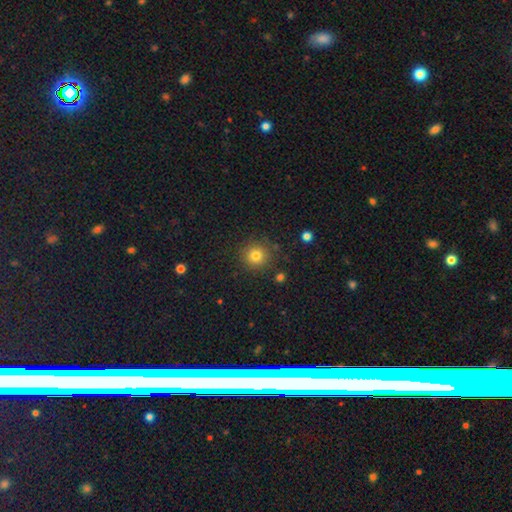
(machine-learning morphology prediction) smooth 79%, star or artifact 14%, featured or disk 7%. Down the decision tree: how rounded — round (93%); merging — none (87%).